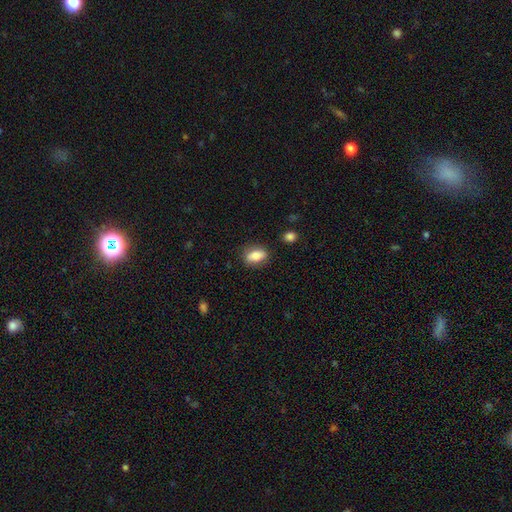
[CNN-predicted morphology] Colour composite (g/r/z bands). It shows a smooth galaxy with no disk features (77%) that is in between round and cigar-shaped (80%). Merging: none (82%).